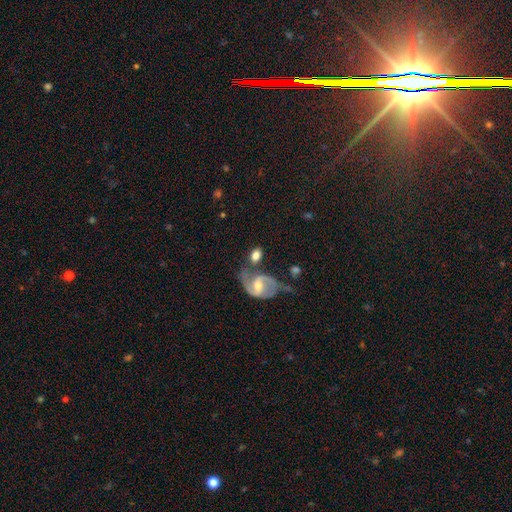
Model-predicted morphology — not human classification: Smooth or featured? smooth (54%)
How rounded? in between (70%)
Merging? none (53%)